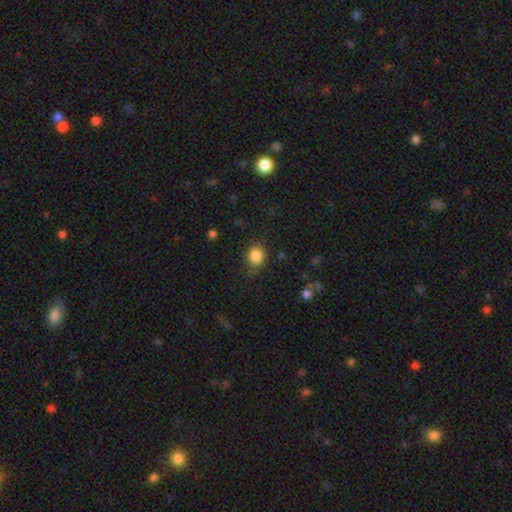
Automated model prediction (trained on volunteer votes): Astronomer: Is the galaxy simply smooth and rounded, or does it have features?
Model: smooth — 85%.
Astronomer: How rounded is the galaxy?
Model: round — 63%.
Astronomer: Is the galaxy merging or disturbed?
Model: none — 76%.